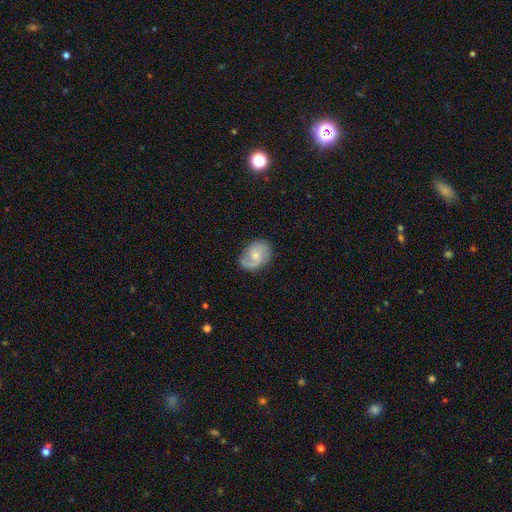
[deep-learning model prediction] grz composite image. It shows a featured or disk galaxy (69%) with no bar (63%), 2 (79%) medium (47%) spiral arms (92%) and a small central bulge (50%). Merging: none (75%).